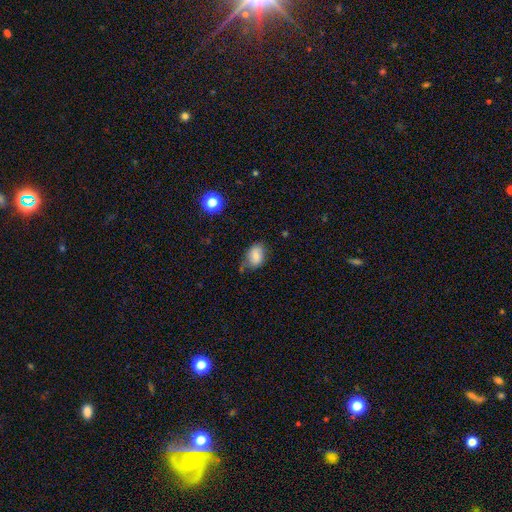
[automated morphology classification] type=smooth (78%); roundness=in between (76%); merging=none (61%).